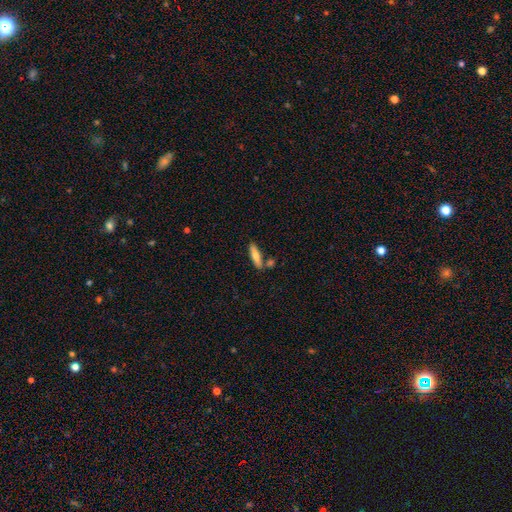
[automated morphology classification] smooth-or-featured: smooth: 71% | featured or disk: 23% | star or artifact: 6%
  how-rounded: cigar-shaped: 68% | in between: 30% | round: 2%
  merging: none: 75% | merger: 11% | minor disturbance: 11% | major disturbance: 3%